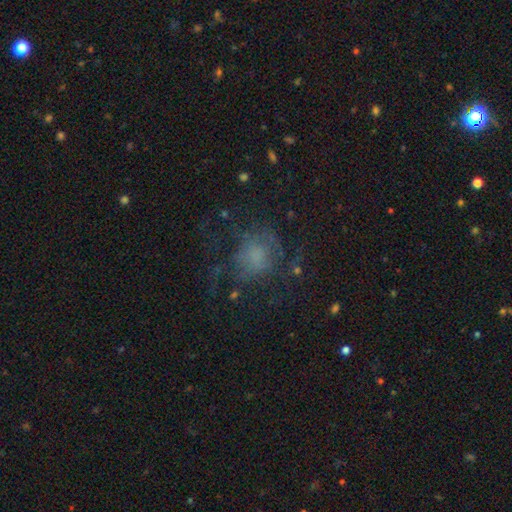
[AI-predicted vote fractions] smooth_or_featured: smooth (p=0.42) [alt: featured or disk p=0.39]
merging: none (p=0.49) [alt: major disturbance p=0.30]